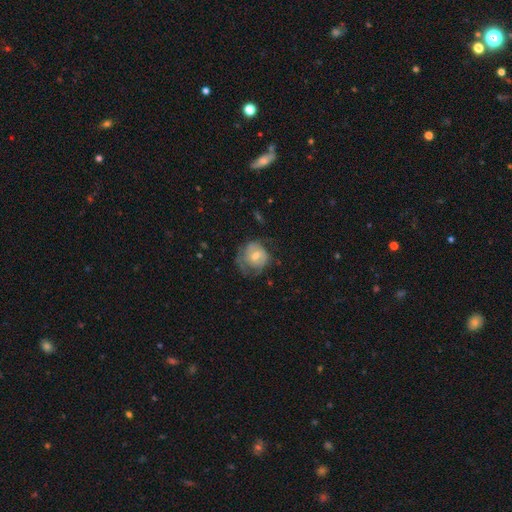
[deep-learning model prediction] Smooth or featured?
  - featured or disk: 49% *
  - smooth: 43%
  - star or artifact: 7%
Merging?
  - none: 47% *
  - minor disturbance: 29%
  - major disturbance: 23%
  - merger: 2%